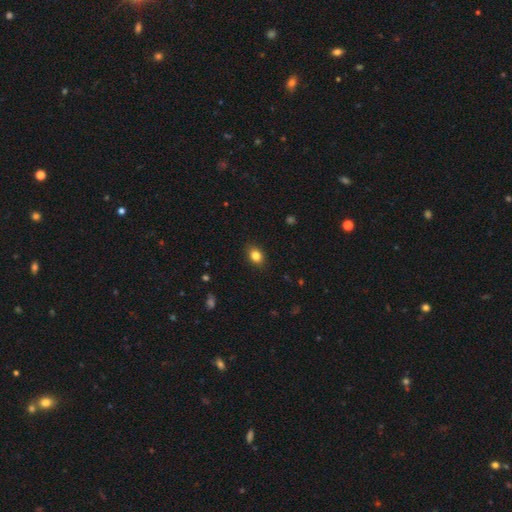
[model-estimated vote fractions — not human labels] The model was most divided on "how rounded": in between: 65%, round: 34%, cigar-shaped: 1%. More confident: merging — none (87%); smooth or featured — smooth (83%).